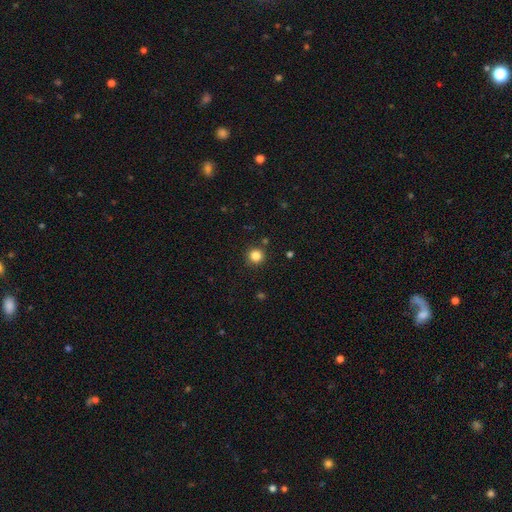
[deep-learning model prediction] This is clearly a smooth galaxy (84%). How rounded: clearly round (95%). Merging: clearly none (90%).